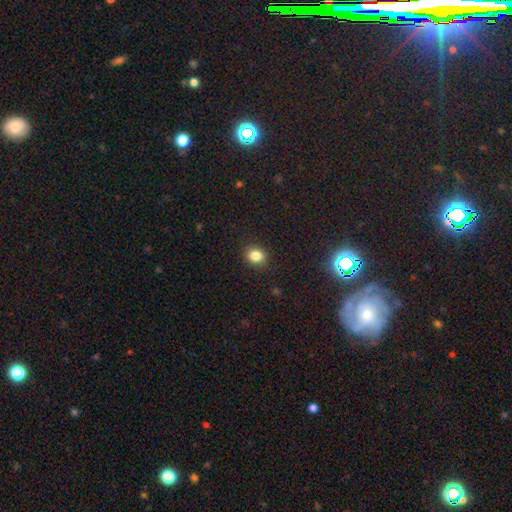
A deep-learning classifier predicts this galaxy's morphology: Q: Smooth or featured?
A: smooth (83%); runner-up: star or artifact (12%)
Q: How rounded?
A: round (59%); runner-up: in between (40%)
Q: Merging?
A: none (88%); runner-up: minor disturbance (9%)